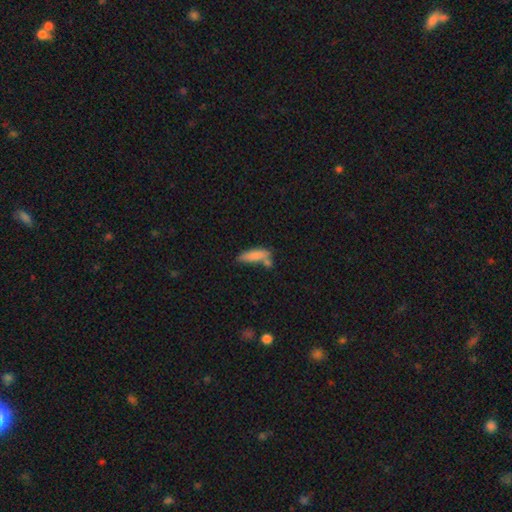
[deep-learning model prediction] Overall: smooth (80%). How rounded: cigar-shaped (53%; in between 45%). Merging: none (49%; merger 24%).